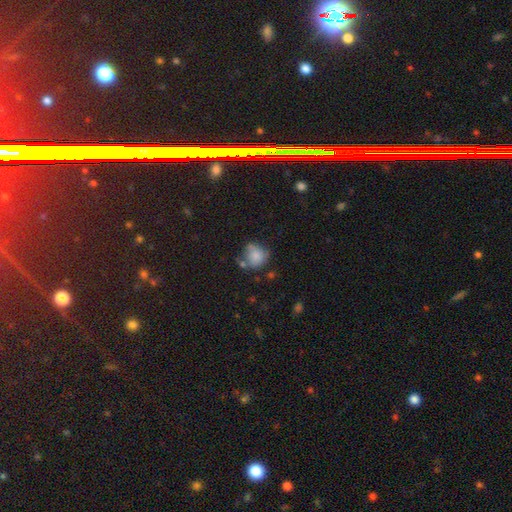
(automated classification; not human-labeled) The model was most divided on "merging": none: 49%, minor disturbance: 26%, merger: 14%, major disturbance: 10%. More confident: smooth or featured — smooth (78%); how rounded — round (74%).